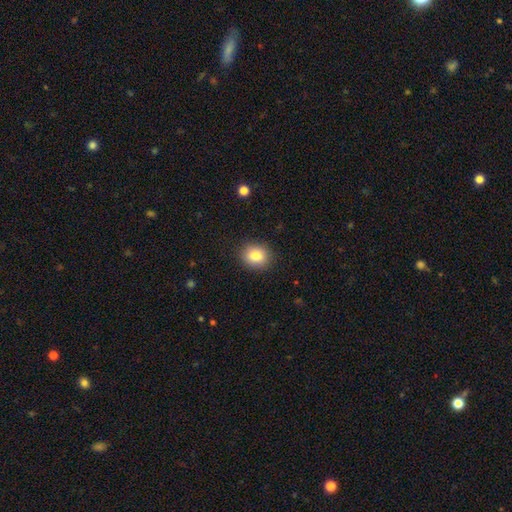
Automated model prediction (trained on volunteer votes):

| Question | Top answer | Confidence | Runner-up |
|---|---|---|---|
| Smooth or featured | smooth | 82% | star or artifact (10%) |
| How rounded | round | 71% | in between (28%) |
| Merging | none | 90% | minor disturbance (7%) |